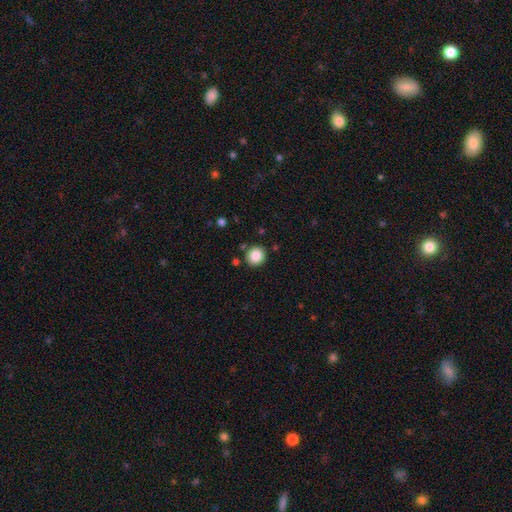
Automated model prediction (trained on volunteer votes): Morphology: type=smooth (87%); roundness=round (91%); merging=none (88%).